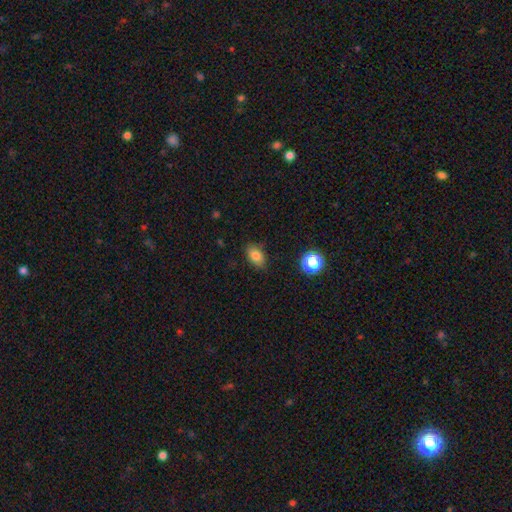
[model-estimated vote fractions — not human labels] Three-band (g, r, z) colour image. It shows a smooth galaxy with no disk features (80%) that is in between round and cigar-shaped (83%). Merging: none (84%).